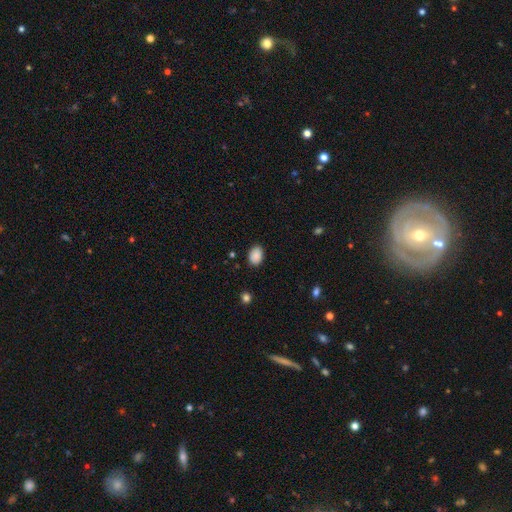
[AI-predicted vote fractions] The model was most divided on "how rounded": in between: 79%, round: 20%, cigar-shaped: 1%. More confident: smooth or featured — smooth (89%); merging — none (87%).